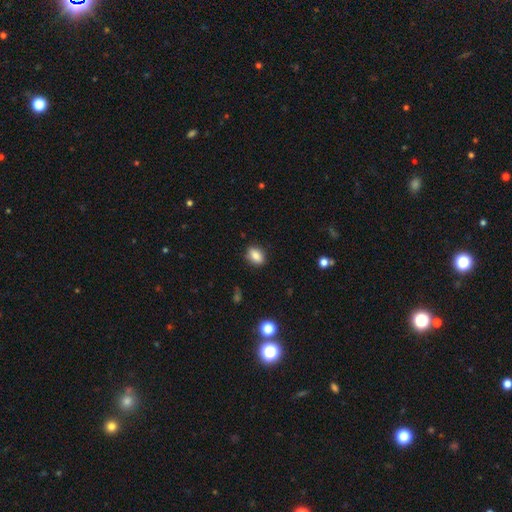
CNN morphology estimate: Smooth or featured?
  - smooth: 84% *
  - star or artifact: 9%
  - featured or disk: 8%
How rounded?
  - in between: 77% *
  - round: 20%
  - cigar-shaped: 3%
Merging?
  - none: 85% *
  - minor disturbance: 11%
  - major disturbance: 3%
  - merger: 1%